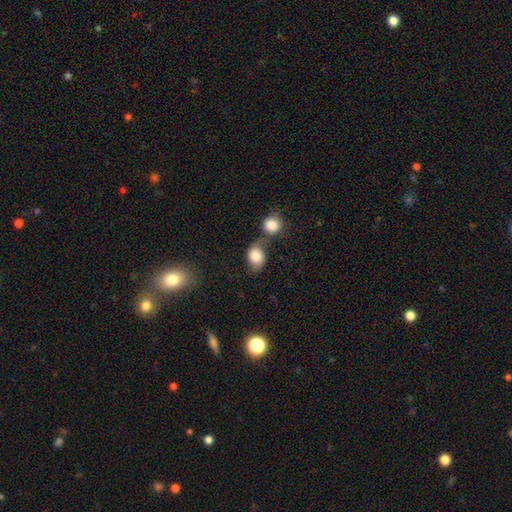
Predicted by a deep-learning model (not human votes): smooth 76%, featured or disk 16%, star or artifact 9%. Down the decision tree: how rounded — in between (51%); merging — none (40%).